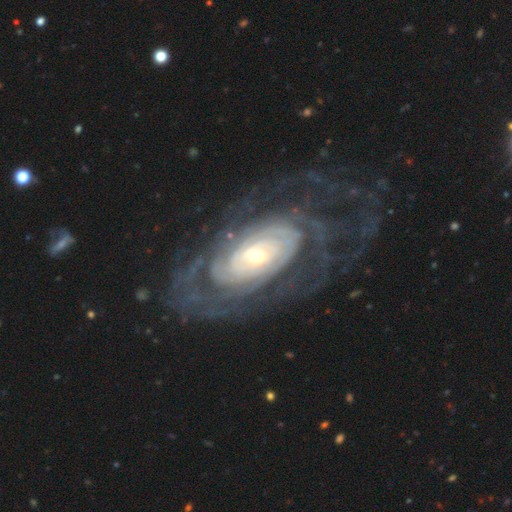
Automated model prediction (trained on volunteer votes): Overall: featured or disk (88%). Edge-on disk: no (94%). Bar: no (64%). Spiral arms: yes (95%). Spiral arm count: can't tell (38%; 2 18%). Spiral winding: tight (76%). Bulge size: small (56%; moderate 36%). Merging: none (68%).